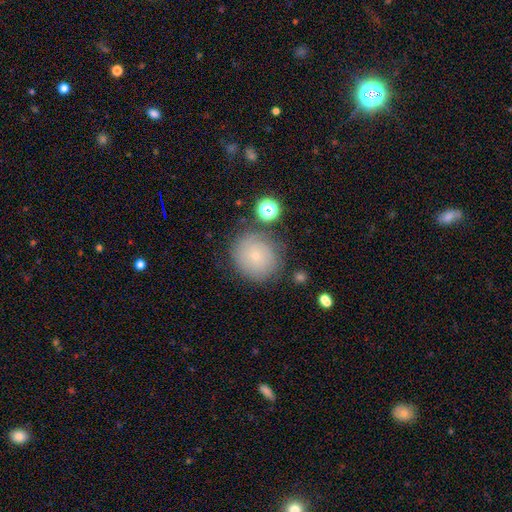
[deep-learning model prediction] The model was most divided on "smooth or featured": smooth: 59%, featured or disk: 28%, star or artifact: 12%. More confident: how rounded — round (87%); merging — none (77%).